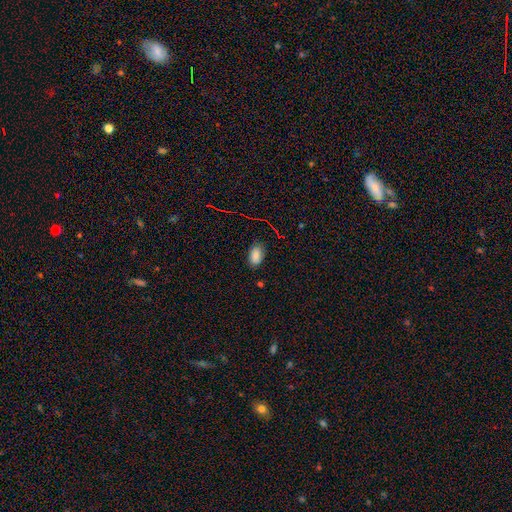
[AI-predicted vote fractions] Overall: smooth (84%). How rounded: in between (93%). Merging: none (83%).